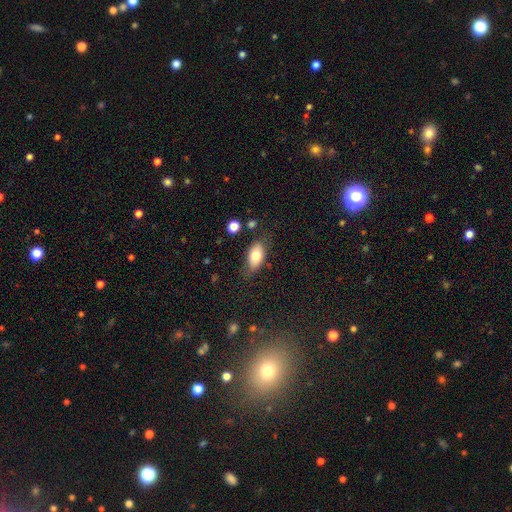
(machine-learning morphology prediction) smooth_or_featured: smooth (p=0.78) [alt: featured or disk p=0.15]
how_rounded: in between (p=0.90) [alt: round p=0.05]
merging: none (p=0.72) [alt: minor disturbance p=0.20]